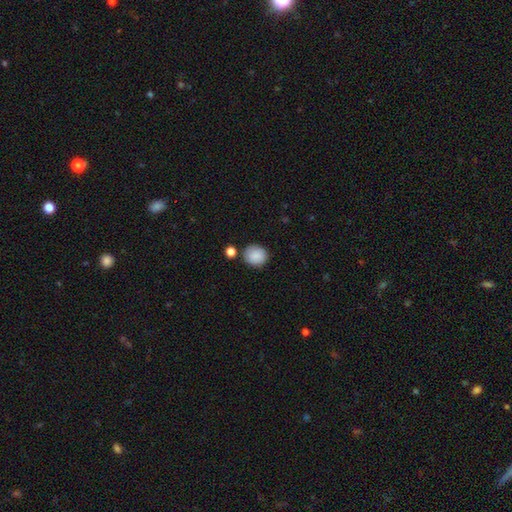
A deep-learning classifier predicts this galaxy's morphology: A smooth galaxy with no disk features (88%) that is round (82%). Merging: none (82%).